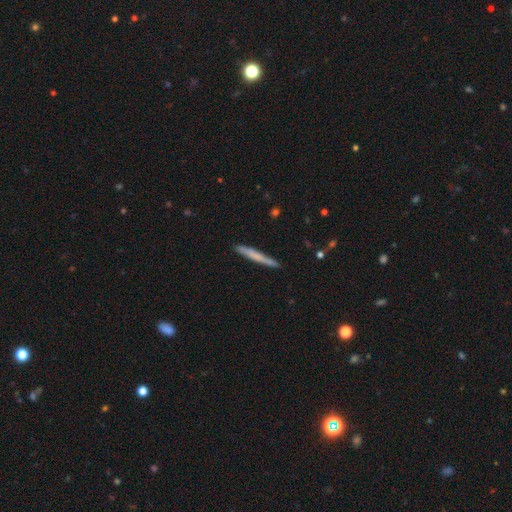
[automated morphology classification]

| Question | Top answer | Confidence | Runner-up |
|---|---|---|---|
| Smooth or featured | smooth | 61% | featured or disk (34%) |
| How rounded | cigar-shaped | 97% | in between (2%) |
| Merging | none | 87% | minor disturbance (10%) |